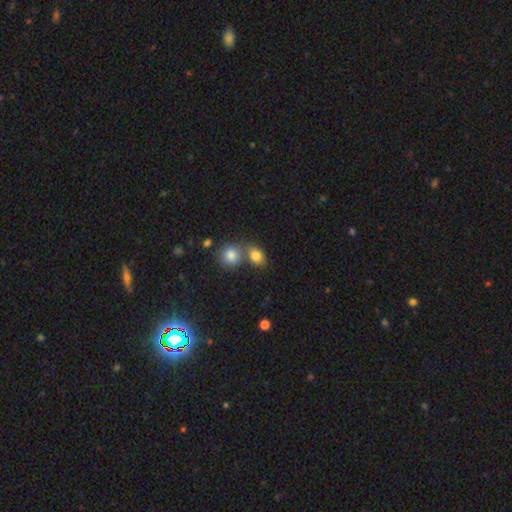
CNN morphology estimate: A smooth galaxy with no disk features (82%) that is in between round and cigar-shaped (60%). Merging: none (44%).